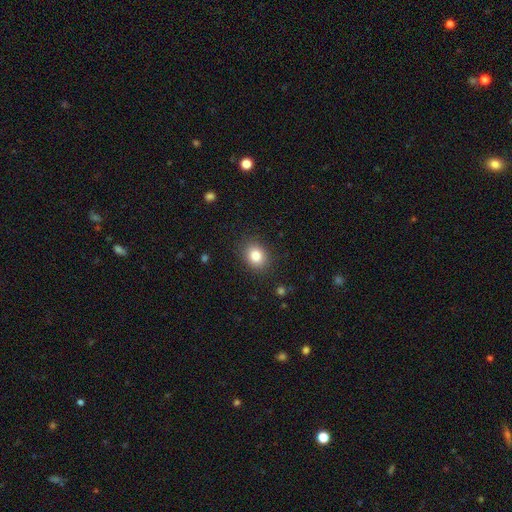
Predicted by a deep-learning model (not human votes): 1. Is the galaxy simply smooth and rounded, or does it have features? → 83% smooth, 10% star or artifact, 7% featured or disk.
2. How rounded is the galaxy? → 52% round, 47% in between, 1% cigar-shaped.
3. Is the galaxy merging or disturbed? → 87% none, 9% minor disturbance, 3% major disturbance, 1% merger.